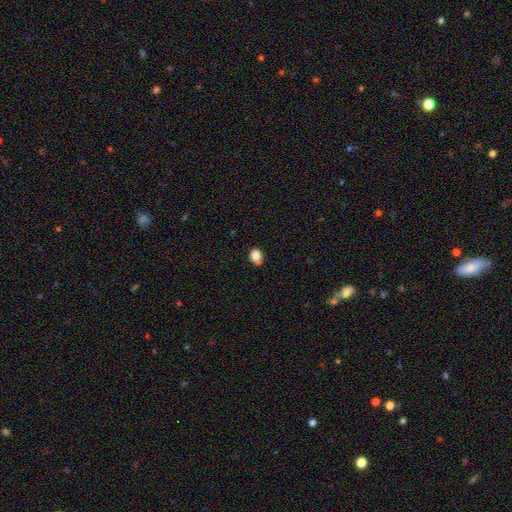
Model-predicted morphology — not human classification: Smooth or featured? smooth (83%)
How rounded? round (59%)
Merging? none (68%)